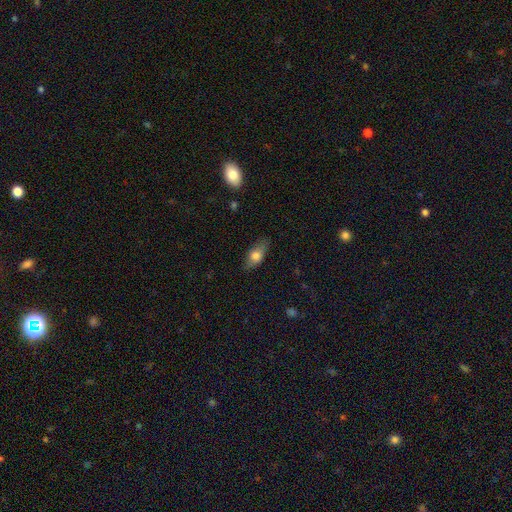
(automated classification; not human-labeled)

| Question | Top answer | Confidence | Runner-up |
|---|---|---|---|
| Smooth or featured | smooth | 69% | featured or disk (24%) |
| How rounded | in between | 80% | cigar-shaped (13%) |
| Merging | none | 78% | minor disturbance (17%) |